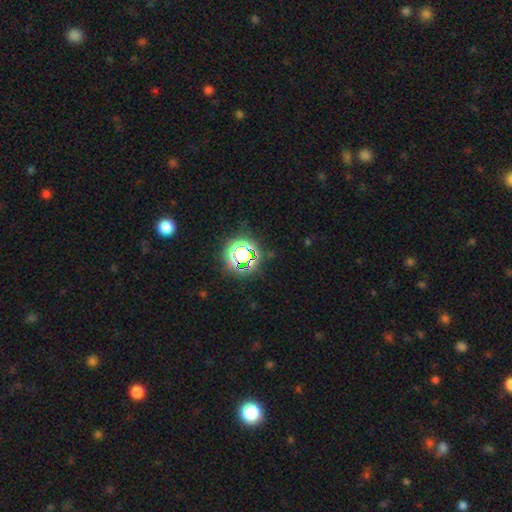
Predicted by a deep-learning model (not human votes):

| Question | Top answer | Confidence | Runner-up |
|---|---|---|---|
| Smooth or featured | star or artifact | 72% | smooth (20%) |